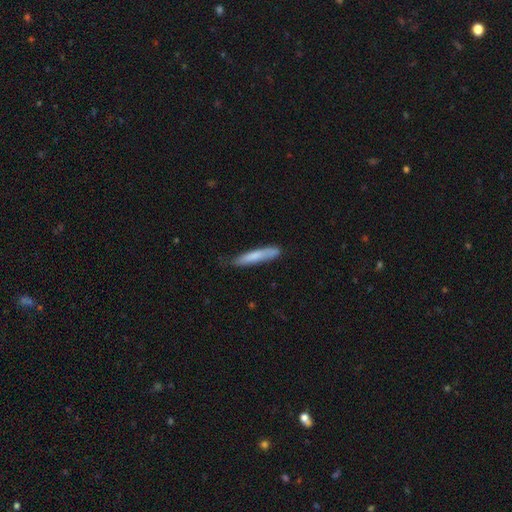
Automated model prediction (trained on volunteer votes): Morphology: type=smooth (74%); roundness=cigar-shaped (91%); merging=none (69%).